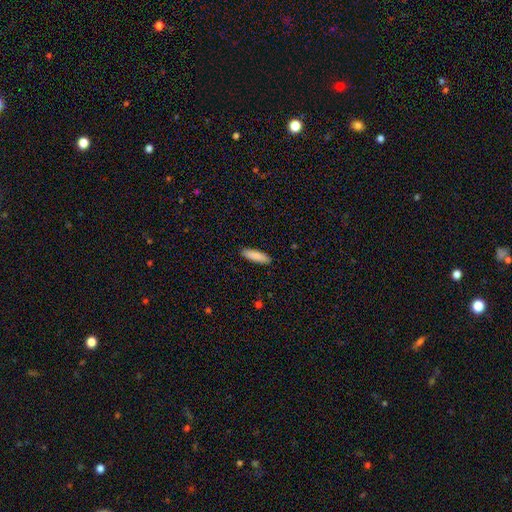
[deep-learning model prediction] Overall: smooth (88%). How rounded: cigar-shaped (61%; in between 37%). Merging: none (90%).